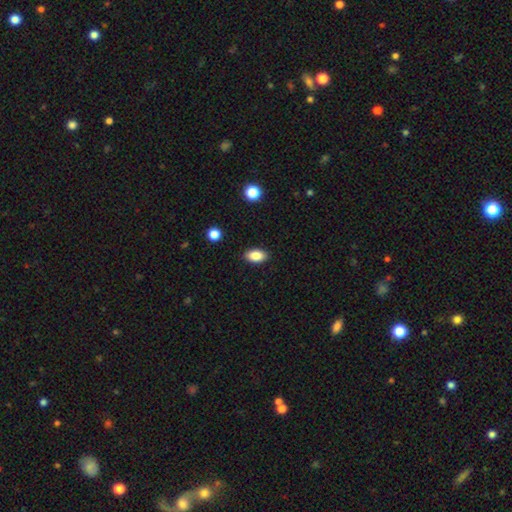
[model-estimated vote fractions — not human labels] A smooth galaxy with no disk features (86%) that is in between round and cigar-shaped (92%). Merging: none (89%).